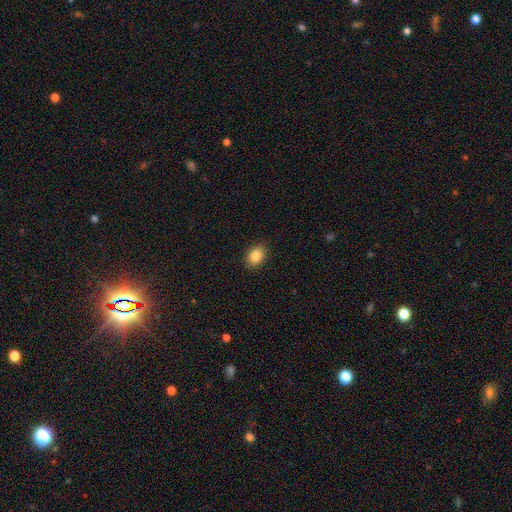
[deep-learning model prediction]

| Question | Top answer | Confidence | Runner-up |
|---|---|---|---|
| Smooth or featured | smooth | 86% | star or artifact (9%) |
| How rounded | in between | 70% | round (29%) |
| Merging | none | 90% | minor disturbance (8%) |